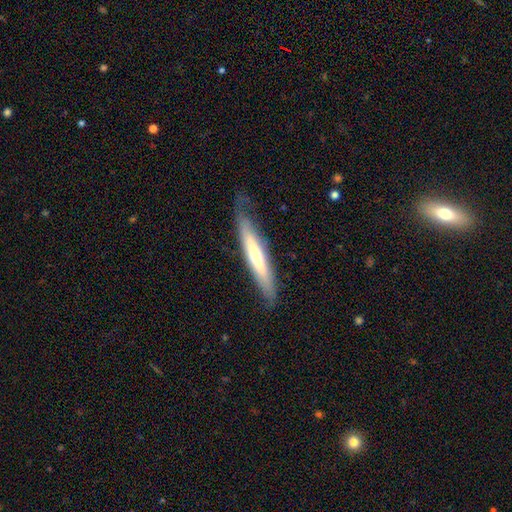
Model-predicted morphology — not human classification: Q: Smooth or featured?
A: featured or disk (49%); runner-up: smooth (44%)
Q: Merging?
A: none (75%); runner-up: minor disturbance (19%)